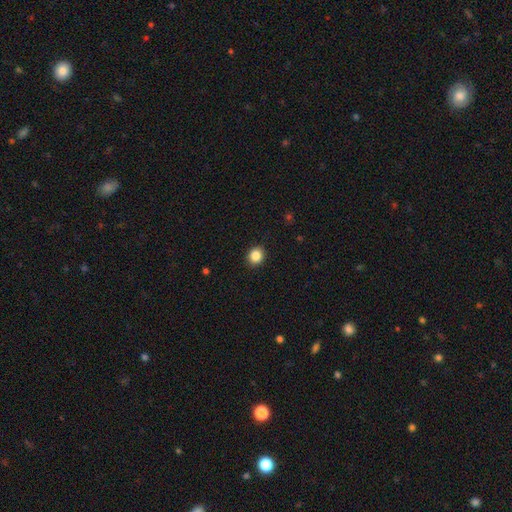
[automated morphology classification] The model was most divided on "how rounded": round: 75%, in between: 24%, cigar-shaped: 1%. More confident: merging — none (91%); smooth or featured — smooth (86%).